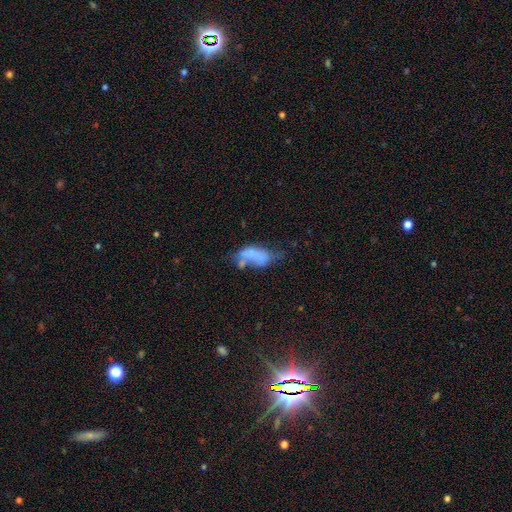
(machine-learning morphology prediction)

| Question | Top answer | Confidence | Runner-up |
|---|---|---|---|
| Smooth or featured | smooth | 60% | featured or disk (29%) |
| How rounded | in between | 90% | cigar-shaped (6%) |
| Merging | major disturbance | 30% | merger (26%) |